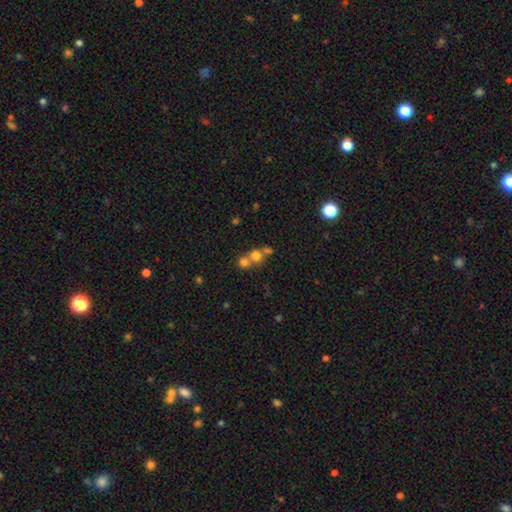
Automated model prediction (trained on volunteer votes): A smooth galaxy with no disk features (68%) that is round (84%). Merging: merger (55%).